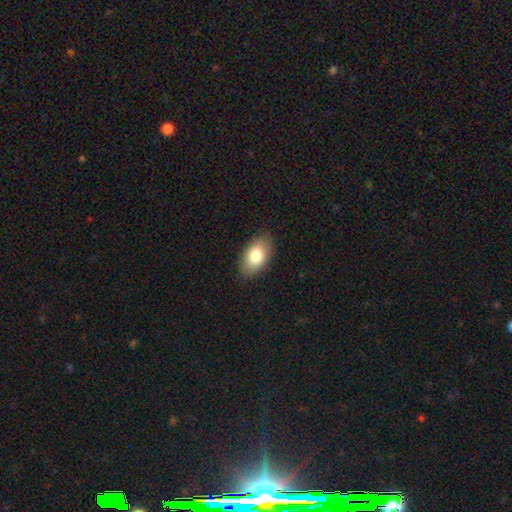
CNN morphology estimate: smooth 81%, featured or disk 12%, star or artifact 7%. Down the decision tree: how rounded — in between (93%); merging — none (86%).